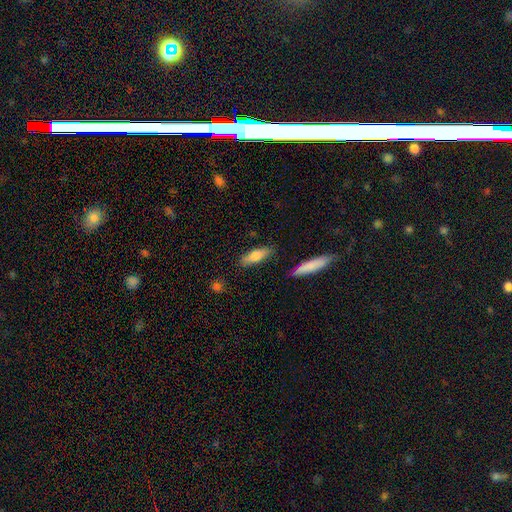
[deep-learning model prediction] smooth 73%, featured or disk 21%, star or artifact 6%. Down the decision tree: how rounded — in between (50%); merging — none (82%).